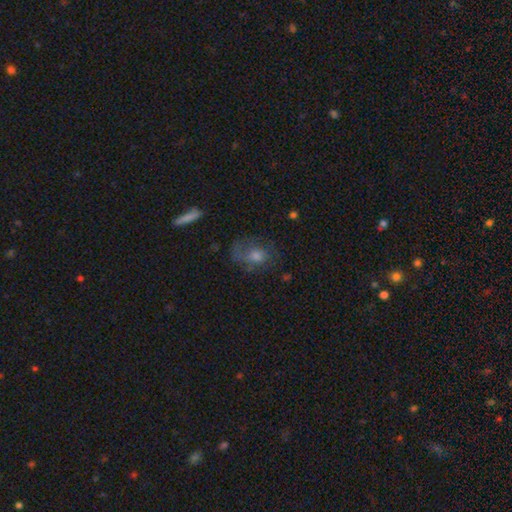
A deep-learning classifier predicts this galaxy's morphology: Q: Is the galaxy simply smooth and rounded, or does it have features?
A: featured or disk — 45%.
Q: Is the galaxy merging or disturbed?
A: none — 53%.